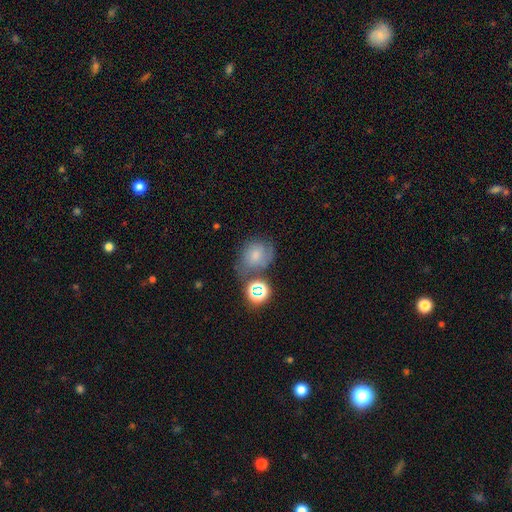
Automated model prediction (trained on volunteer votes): This appears to be a smooth galaxy with no disk features (59%) that is round (64%). Merging: none (49%).